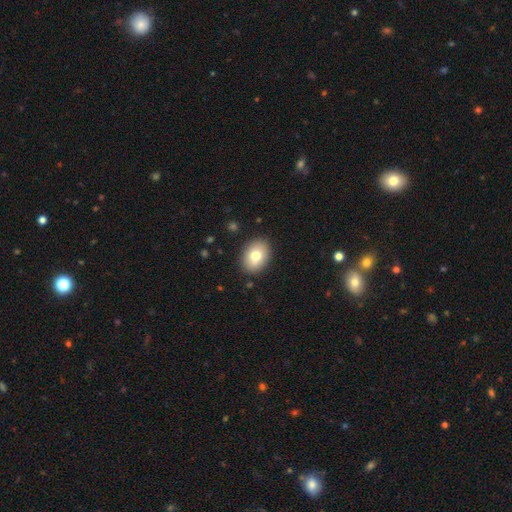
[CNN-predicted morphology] This is likely a smooth galaxy (74%). How rounded: likely in between (73%). Merging: clearly none (88%).